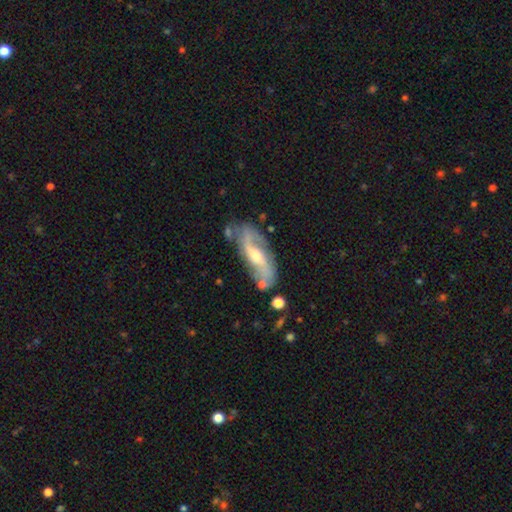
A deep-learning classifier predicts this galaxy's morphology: A featured or disk galaxy (81%) with a weak bar (40%), 2 (87%) loose (50%) spiral arms (90%) and a moderate central bulge (62%). Merging: none (71%).